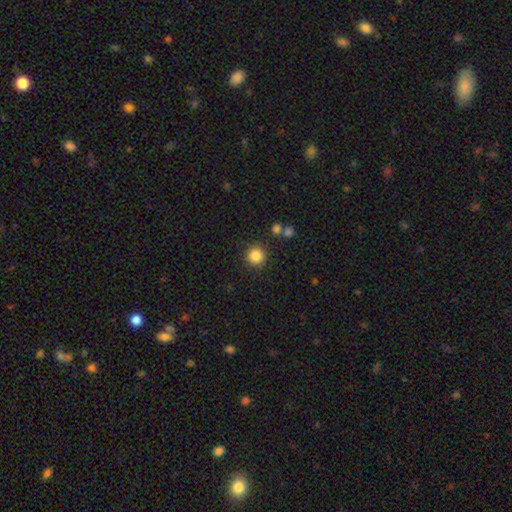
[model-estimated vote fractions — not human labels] Q: Smooth or featured?
A: smooth (85%); runner-up: star or artifact (11%)
Q: How rounded?
A: round (94%); runner-up: in between (5%)
Q: Merging?
A: none (87%); runner-up: minor disturbance (7%)